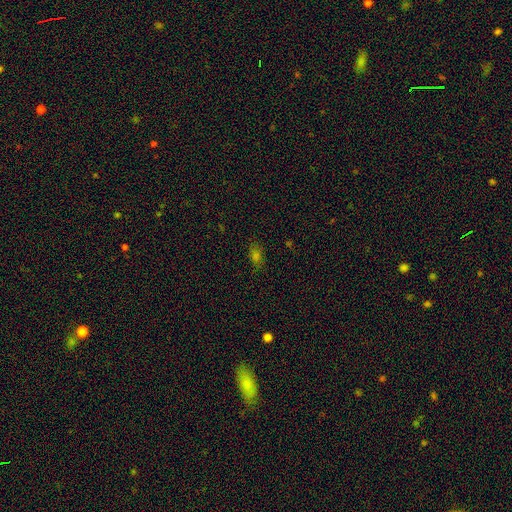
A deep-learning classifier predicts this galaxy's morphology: The model was most divided on "smooth or featured": smooth: 61%, star or artifact: 28%, featured or disk: 11%. More confident: merging — none (80%); how rounded — in between (79%).